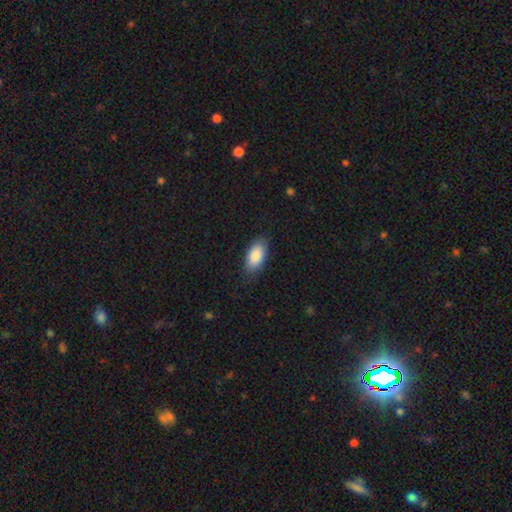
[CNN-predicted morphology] smooth_or_featured: smooth (p=0.87) [alt: featured or disk p=0.07]
how_rounded: in between (p=0.92) [alt: cigar-shaped p=0.06]
merging: none (p=0.81) [alt: minor disturbance p=0.15]